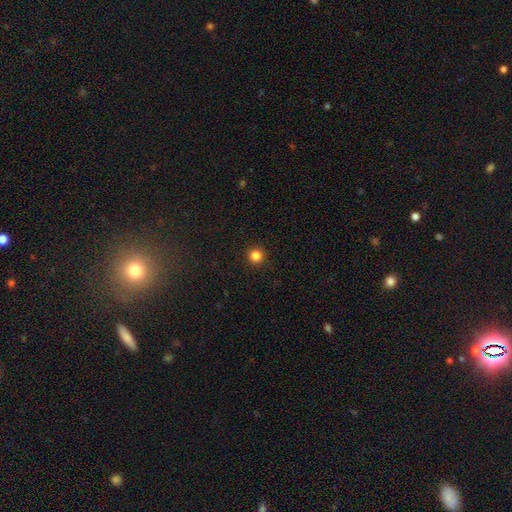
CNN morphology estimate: Q: Smooth or featured?
A: smooth (84%); runner-up: star or artifact (12%)
Q: How rounded?
A: round (96%); runner-up: in between (3%)
Q: Merging?
A: none (93%); runner-up: minor disturbance (4%)